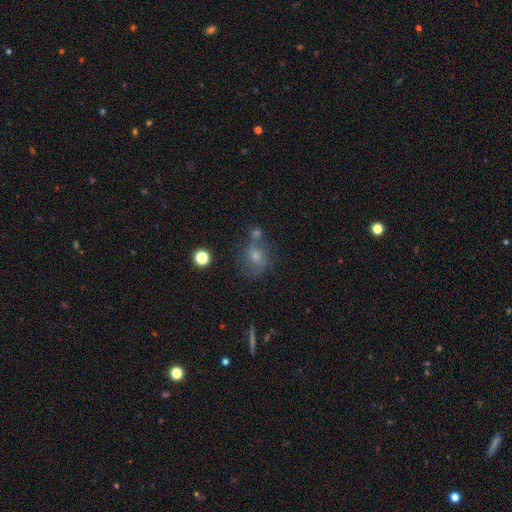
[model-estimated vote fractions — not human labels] The model was most divided on "smooth or featured": smooth: 47%, featured or disk: 28%, star or artifact: 25%. More confident: merging — none (58%).